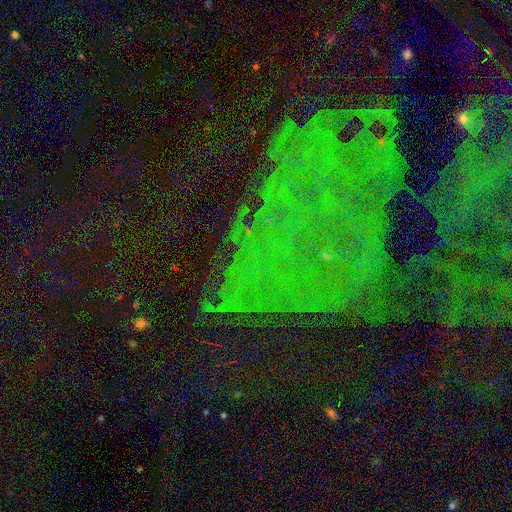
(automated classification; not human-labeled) A star or artifact, not a galaxy (76%).

Vote fractions:
- Smooth or featured? star or artifact: 76% / featured or disk: 13% / smooth: 10%